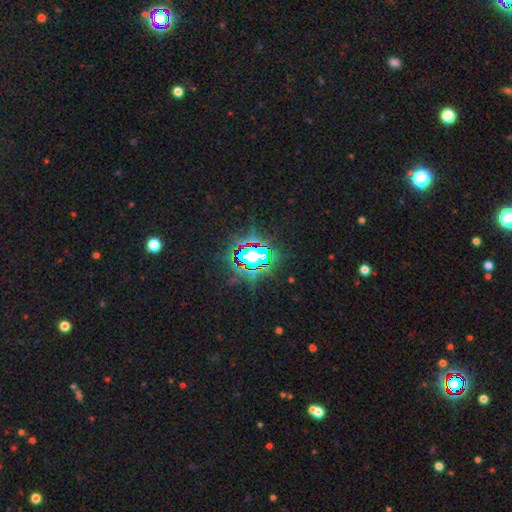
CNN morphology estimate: Smooth or featured? star or artifact (75%)